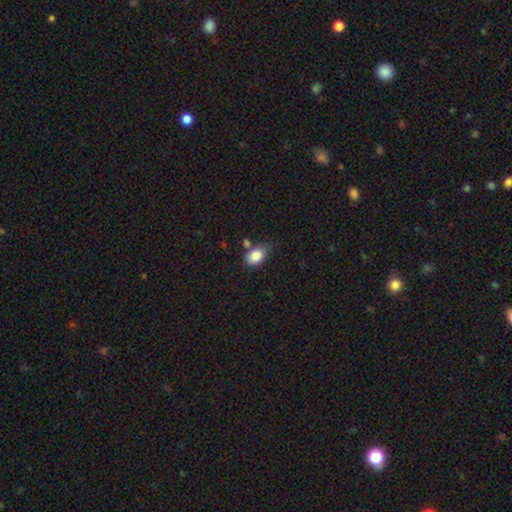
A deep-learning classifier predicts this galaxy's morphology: type=smooth (85%); roundness=in between (85%); merging=none (53%).